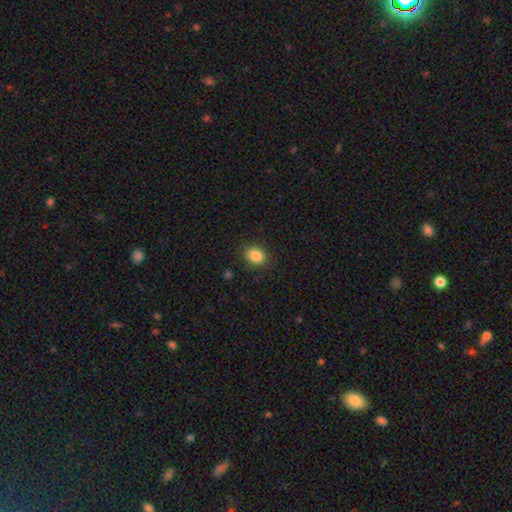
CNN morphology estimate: Smooth or featured: smooth — 86% (star or artifact — 9%)
How rounded: in between — 57% (round — 42%)
Merging: none — 86% (minor disturbance — 10%)